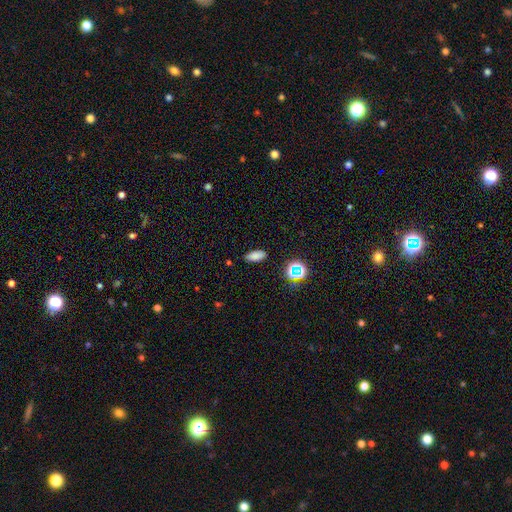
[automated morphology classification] Overall: smooth (78%). How rounded: in between (87%). Merging: none (86%).